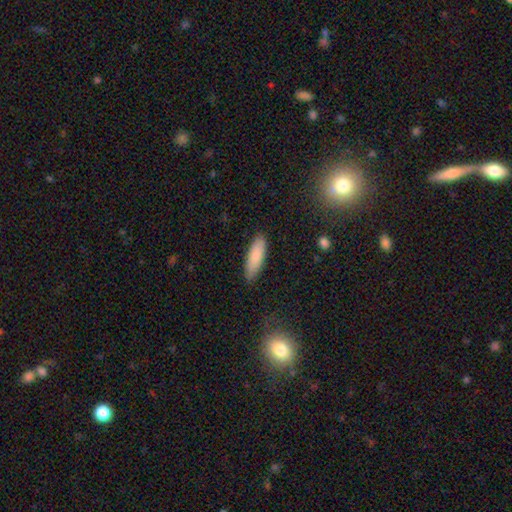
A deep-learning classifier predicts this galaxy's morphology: Smooth or featured? smooth (85%)
How rounded? cigar-shaped (50%)
Merging? none (87%)